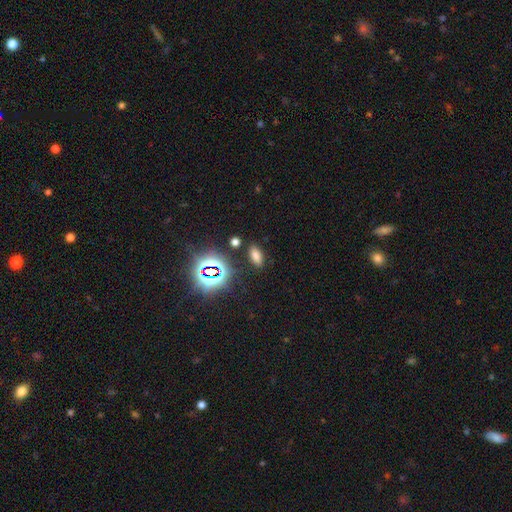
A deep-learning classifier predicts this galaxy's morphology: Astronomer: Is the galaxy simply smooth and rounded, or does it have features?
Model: smooth — 67%.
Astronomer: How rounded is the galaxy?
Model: in between — 84%.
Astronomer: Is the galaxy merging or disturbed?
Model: none — 85%.